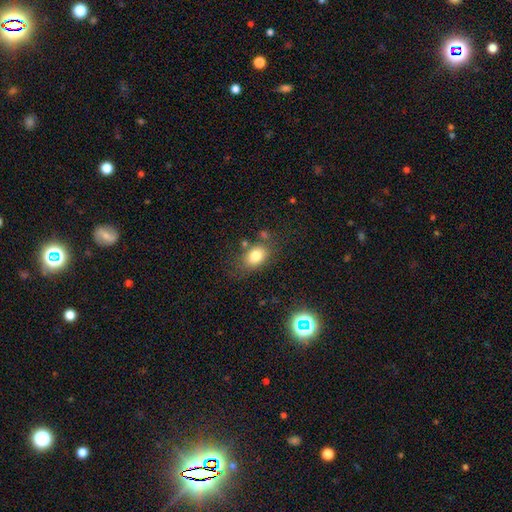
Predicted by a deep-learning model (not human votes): The model was most divided on "how rounded": in between: 74%, round: 25%, cigar-shaped: 1%. More confident: smooth or featured — smooth (79%); merging — none (69%).